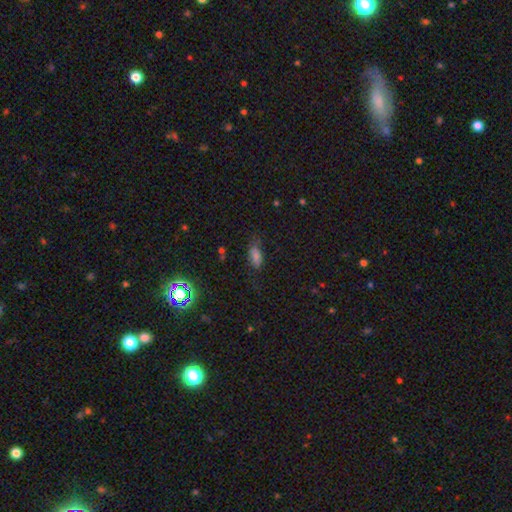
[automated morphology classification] Smooth or featured: smooth — 67% (star or artifact — 21%)
How rounded: in between — 80% (cigar-shaped — 15%)
Merging: none — 67% (minor disturbance — 23%)